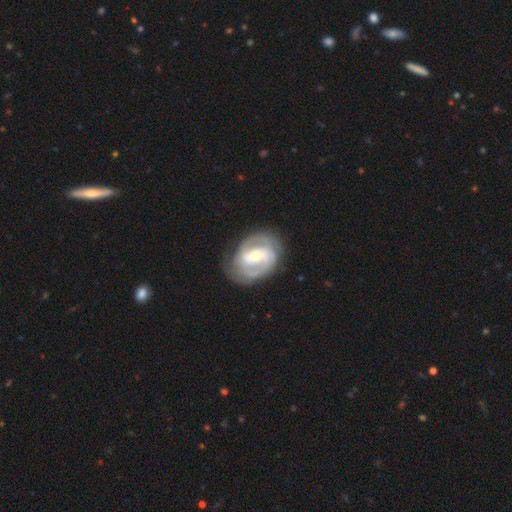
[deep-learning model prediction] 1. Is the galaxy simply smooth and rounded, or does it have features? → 84% featured or disk, 11% smooth, 4% star or artifact.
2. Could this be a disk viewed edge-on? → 97% no, 3% yes.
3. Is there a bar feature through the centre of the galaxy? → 42% weak, 35% strong, 23% no.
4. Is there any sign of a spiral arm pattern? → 91% yes, 9% no.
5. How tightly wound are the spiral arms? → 47% tight, 41% medium, 12% loose.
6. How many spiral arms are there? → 76% 2, 11% can't tell, 7% 3, 2% 1, 2% 4, 2% more than 4.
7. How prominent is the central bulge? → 52% moderate, 43% small, 3% large, 1% none, 1% dominant.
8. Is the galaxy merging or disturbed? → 76% none, 16% minor disturbance, 7% major disturbance, 1% merger.